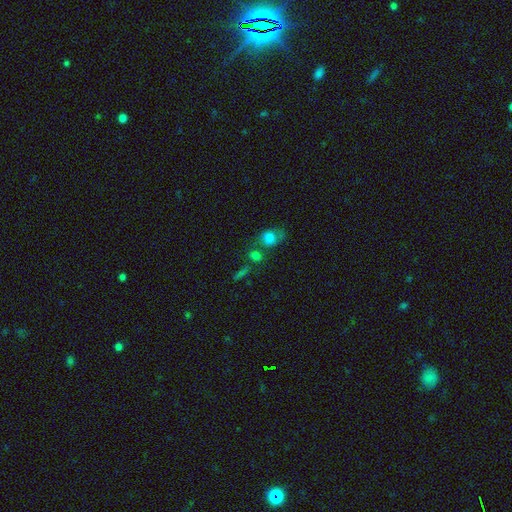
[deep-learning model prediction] Q: Smooth or featured?
A: smooth (72%); runner-up: star or artifact (16%)
Q: How rounded?
A: round (63%); runner-up: in between (31%)
Q: Merging?
A: none (52%); runner-up: merger (29%)